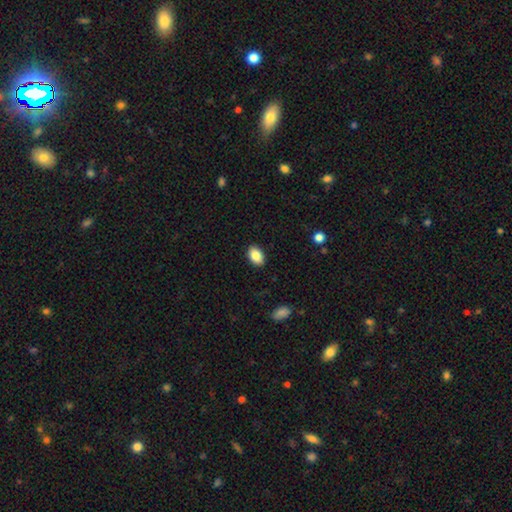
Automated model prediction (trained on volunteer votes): smooth-or-featured: smooth: 86% | star or artifact: 8% | featured or disk: 6%
  how-rounded: in between: 89% | round: 10% | cigar-shaped: 1%
  merging: none: 89% | minor disturbance: 8% | major disturbance: 2% | merger: 1%